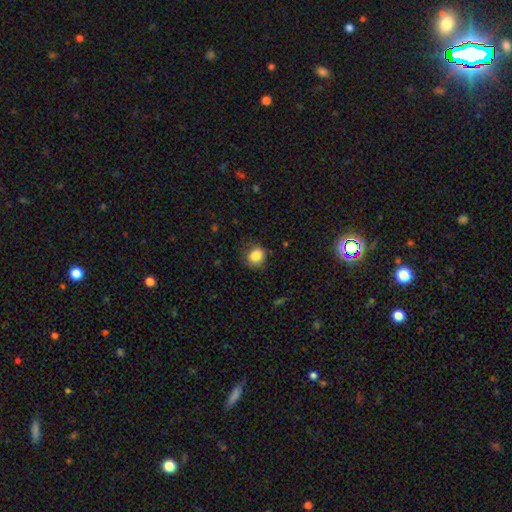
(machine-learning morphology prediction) Smooth or featured?
  - smooth: 85% *
  - star or artifact: 10%
  - featured or disk: 5%
How rounded?
  - round: 69% *
  - in between: 30%
  - cigar-shaped: 1%
Merging?
  - none: 74% *
  - minor disturbance: 19%
  - major disturbance: 5%
  - merger: 1%